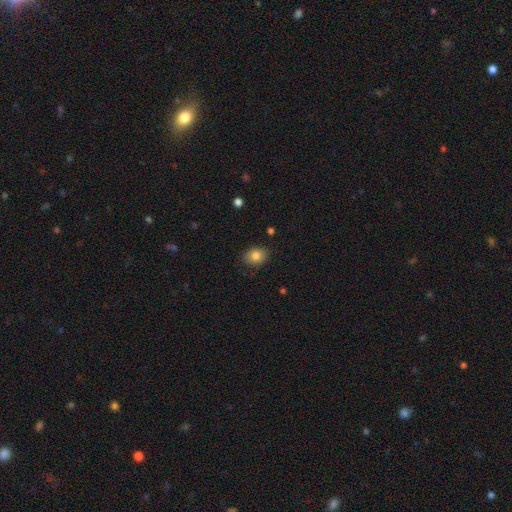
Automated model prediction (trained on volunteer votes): The model was most divided on "how rounded": in between: 57%, round: 42%, cigar-shaped: 1%. More confident: merging — none (83%); smooth or featured — smooth (82%).